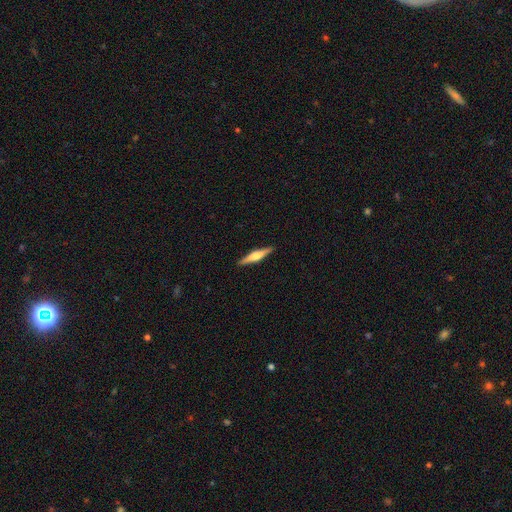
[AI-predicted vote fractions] featured or disk 68%, smooth 27%, star or artifact 5%. Down the decision tree: edge-on disk — yes (98%); edge-on bulge — rounded (88%); merging — none (92%).